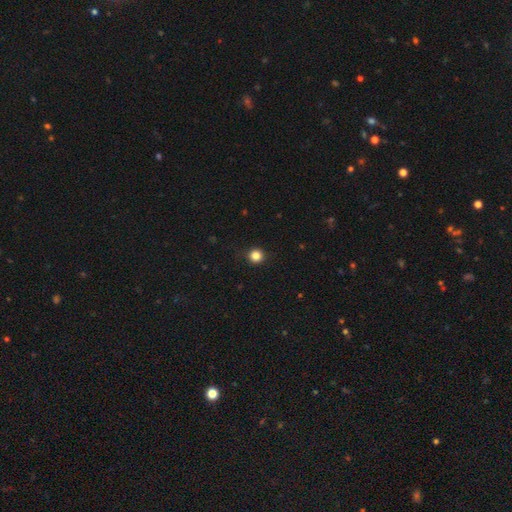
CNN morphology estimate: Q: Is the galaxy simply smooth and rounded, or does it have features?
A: smooth — 85%.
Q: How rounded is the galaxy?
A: round — 94%.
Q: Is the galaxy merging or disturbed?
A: none — 91%.